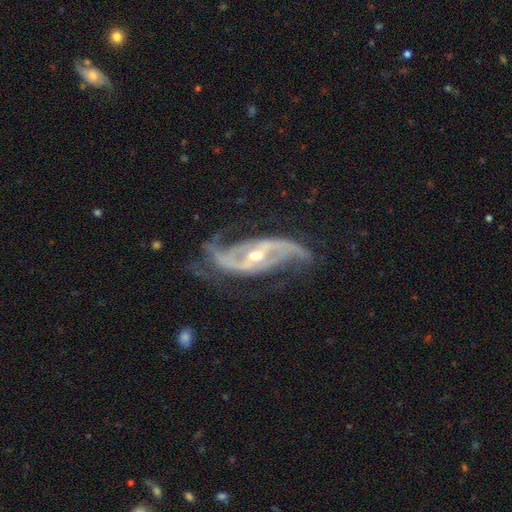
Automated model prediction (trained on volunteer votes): The model was most divided on "spiral winding": medium: 42%, loose: 40%, tight: 17%. Remaining: spiral arms — yes (97%); edge-on disk — no (94%); smooth or featured — featured or disk (91%); spiral arm count — 2 (79%); merging — none (64%); bulge size — moderate (53%); bar — strong (42%).